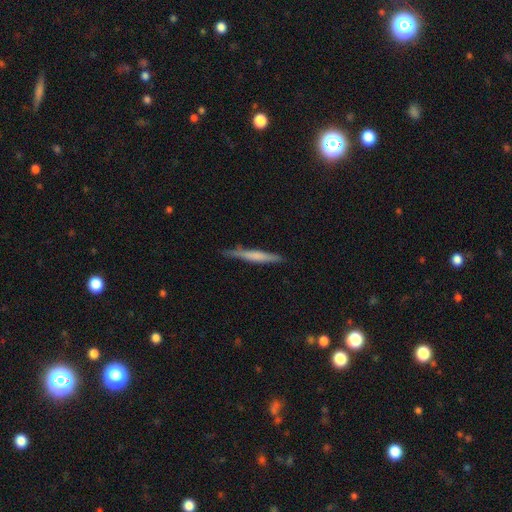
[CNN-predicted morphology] Smooth or featured? Predicted: smooth (p=0.56). How rounded? Predicted: cigar-shaped (p=0.95). Merging? Predicted: none (p=0.80).